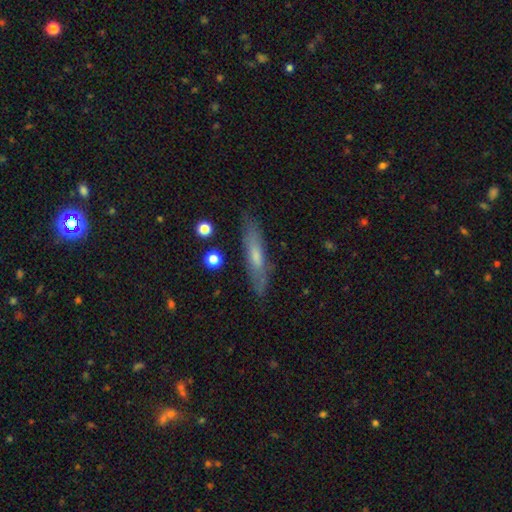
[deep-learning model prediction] Smooth or featured: featured or disk — 47% (smooth — 44%)
Merging: none — 83% (minor disturbance — 12%)